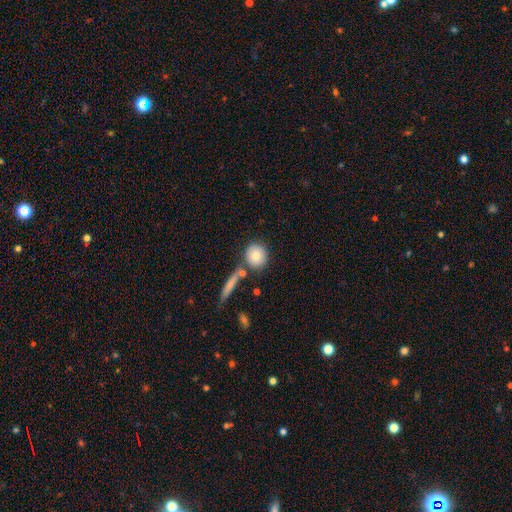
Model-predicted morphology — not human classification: smooth_or_featured: smooth (p=0.79) [alt: featured or disk p=0.13]
how_rounded: round (p=0.85) [alt: in between p=0.12]
merging: none (p=0.73) [alt: merger p=0.14]